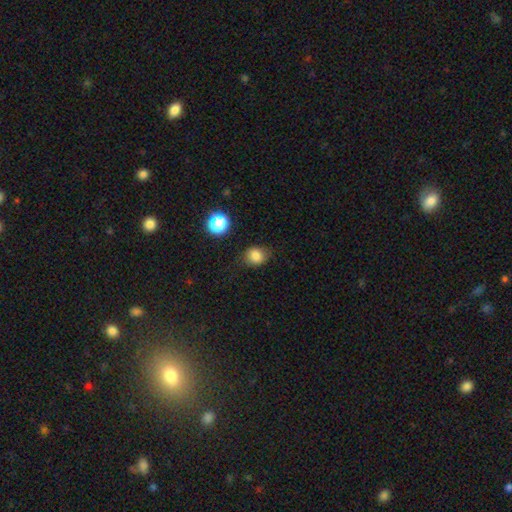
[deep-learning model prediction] A smooth galaxy with no disk features (82%) that is round (70%).

Vote fractions:
- Smooth or featured? smooth: 82% / star or artifact: 13% / featured or disk: 5%
- How rounded? round: 70% / in between: 29% / cigar-shaped: 1%
- Merging? none: 78% / minor disturbance: 16% / major disturbance: 4% / merger: 2%